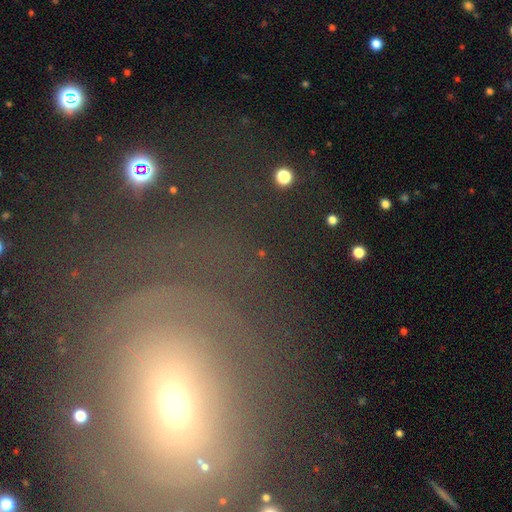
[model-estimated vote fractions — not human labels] The model was most divided on "smooth or featured": featured or disk: 46%, smooth: 28%, star or artifact: 25%. More confident: merging — none (67%).